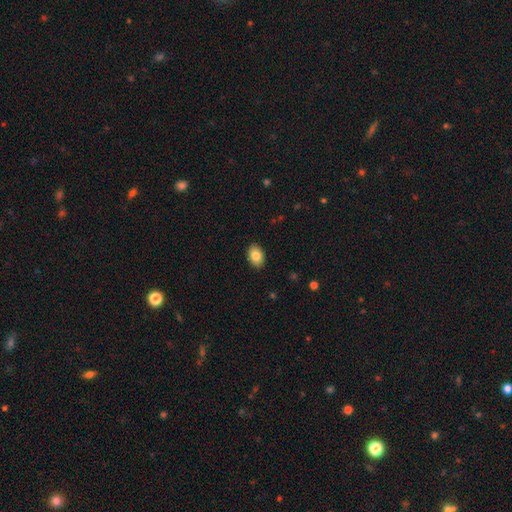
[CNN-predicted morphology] This appears to be a smooth galaxy with no disk features (84%) that is in between round and cigar-shaped (82%). Merging: none (90%).